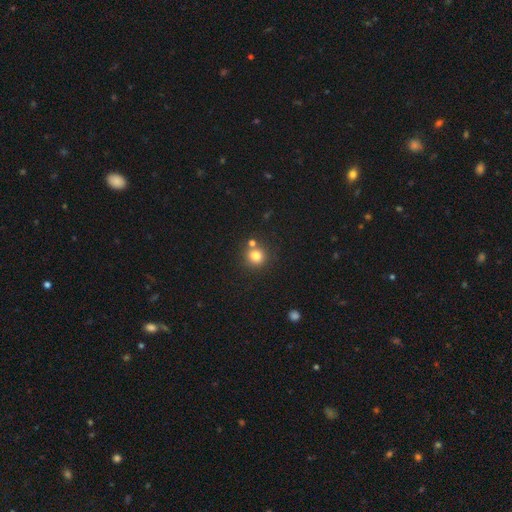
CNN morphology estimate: smooth_or_featured: smooth (p=0.79) [alt: star or artifact p=0.13]
how_rounded: round (p=0.90) [alt: in between p=0.09]
merging: none (p=0.72) [alt: merger p=0.17]